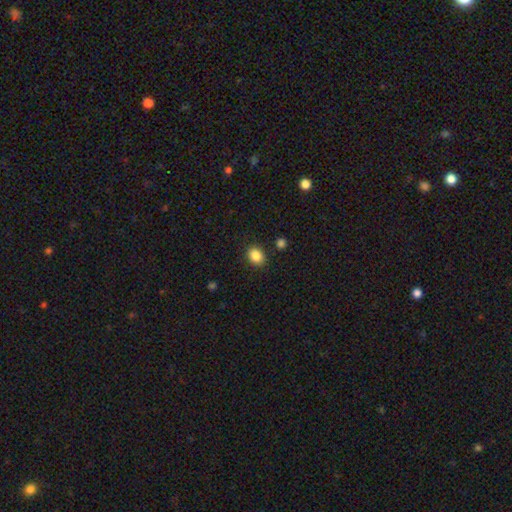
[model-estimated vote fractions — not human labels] A smooth galaxy with no disk features (86%) that is in between round and cigar-shaped (54%).

Vote fractions:
- Smooth or featured? smooth: 86% / star or artifact: 9% / featured or disk: 4%
- How rounded? in between: 54% / round: 45% / cigar-shaped: 1%
- Merging? none: 88% / minor disturbance: 8% / major disturbance: 2% / merger: 2%